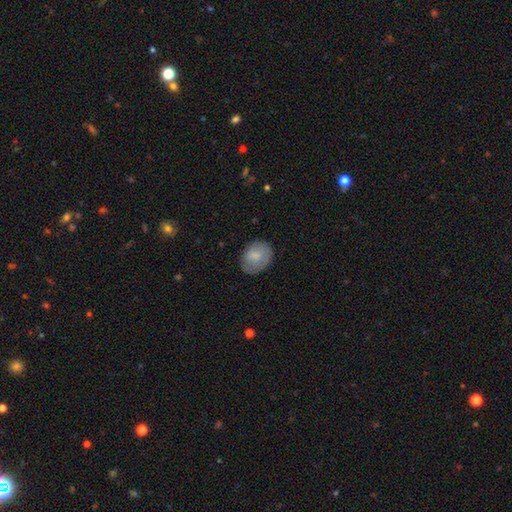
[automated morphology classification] smooth 75%, featured or disk 18%, star or artifact 7%. Down the decision tree: how rounded — in between (64%); merging — none (71%).